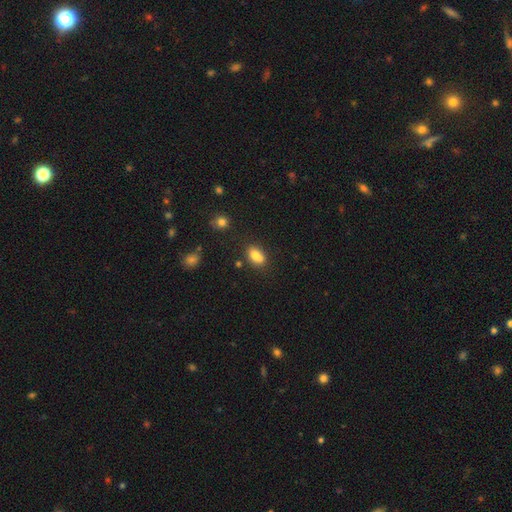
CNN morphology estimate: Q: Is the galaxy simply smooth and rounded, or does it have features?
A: smooth — 80%.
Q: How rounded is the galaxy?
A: in between — 80%.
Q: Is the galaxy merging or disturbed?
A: none — 61%.